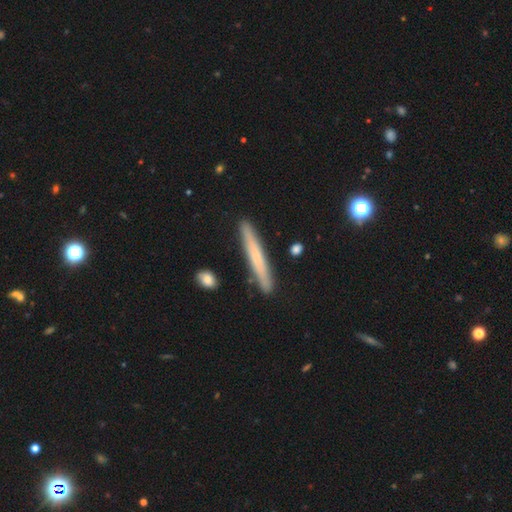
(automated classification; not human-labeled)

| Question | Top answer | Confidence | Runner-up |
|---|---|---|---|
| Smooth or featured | smooth | 57% | featured or disk (37%) |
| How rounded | cigar-shaped | 96% | in between (3%) |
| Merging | none | 88% | minor disturbance (8%) |